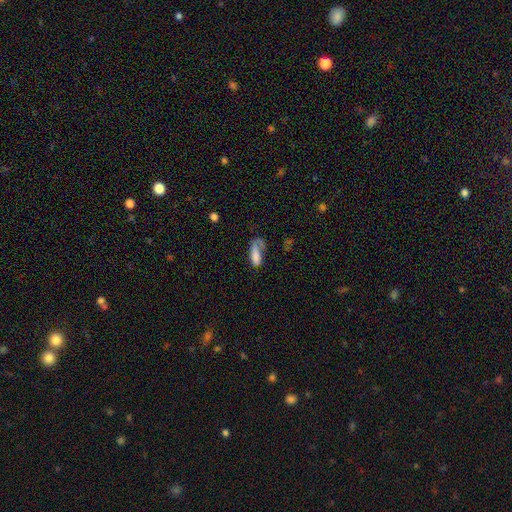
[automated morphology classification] smooth-or-featured: smooth: 70% | featured or disk: 20% | star or artifact: 10%
  how-rounded: in between: 69% | cigar-shaped: 28% | round: 3%
  merging: major disturbance: 36% | none: 33% | minor disturbance: 21% | merger: 11%